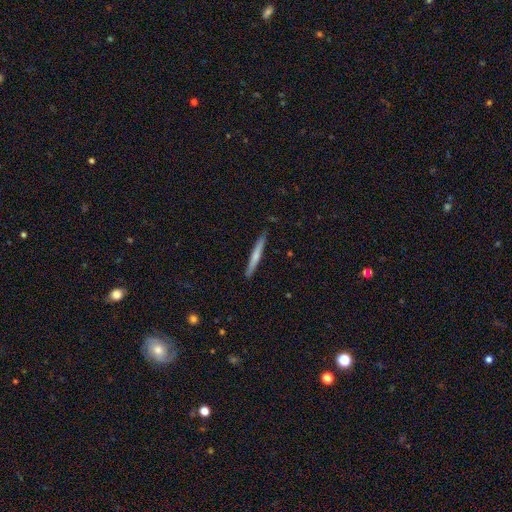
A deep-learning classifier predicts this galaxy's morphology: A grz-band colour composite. It shows a smooth galaxy with no disk features (59%) that is cigar-shaped (96%). Merging: none (89%).